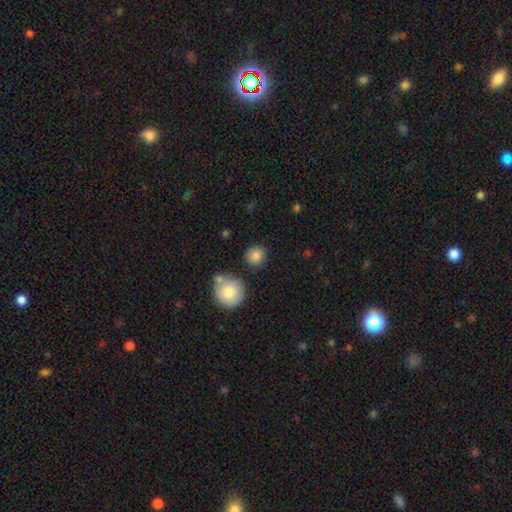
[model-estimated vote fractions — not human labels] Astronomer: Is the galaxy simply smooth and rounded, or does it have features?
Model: smooth — 85%.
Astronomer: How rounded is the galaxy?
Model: round — 92%.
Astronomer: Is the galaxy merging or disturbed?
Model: none — 84%.